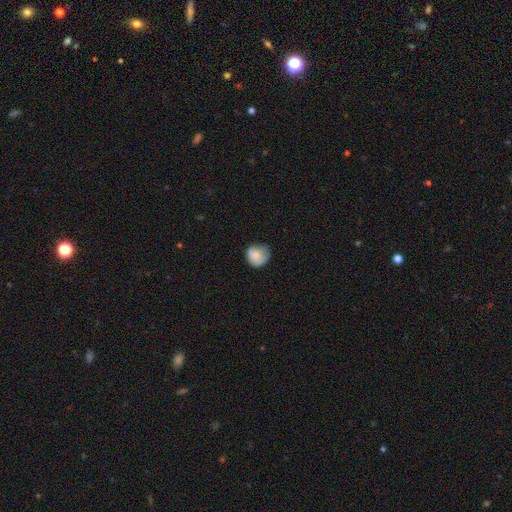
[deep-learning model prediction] Smooth or featured? smooth (79%)
How rounded? round (85%)
Merging? none (62%)